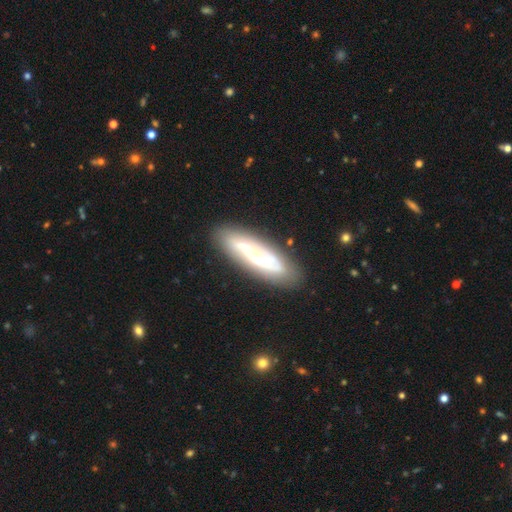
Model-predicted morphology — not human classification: Smooth or featured? featured or disk (74%)
Edge-on disk? no (68%)
Bar? strong (46%)
Spiral arms? yes (73%)
Bulge size? moderate (54%)
Merging? none (83%)